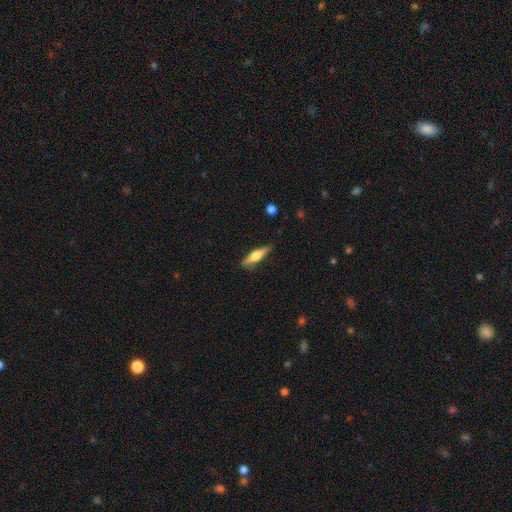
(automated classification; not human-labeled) A featured or disk galaxy (47%, tied with smooth). Merging: none (81%).